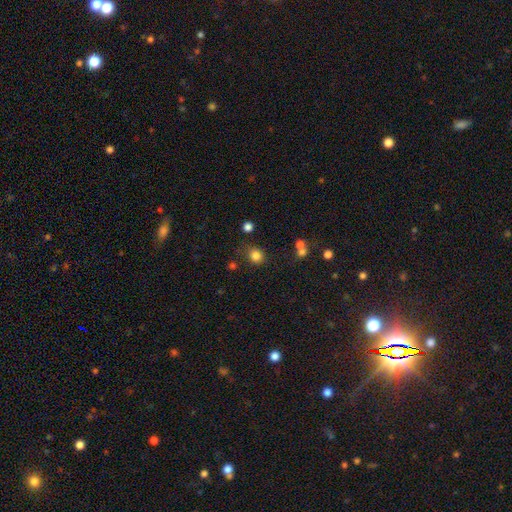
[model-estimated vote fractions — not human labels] Morphology: type=smooth (82%); roundness=round (79%); merging=none (75%).